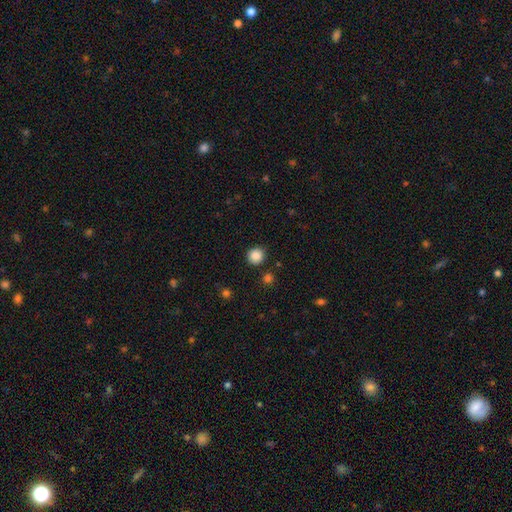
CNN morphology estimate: This is clearly a smooth galaxy (87%). How rounded: clearly round (91%). Merging: clearly none (88%).